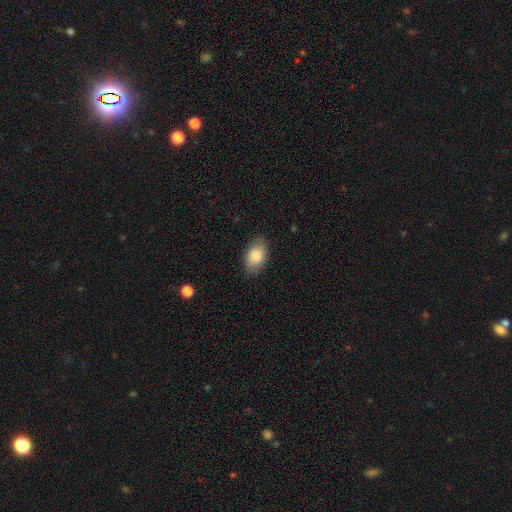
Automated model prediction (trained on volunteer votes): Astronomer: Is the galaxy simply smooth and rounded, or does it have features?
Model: smooth — 85%.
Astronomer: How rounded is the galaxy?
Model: in between — 91%.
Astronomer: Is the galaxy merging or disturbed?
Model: none — 85%.